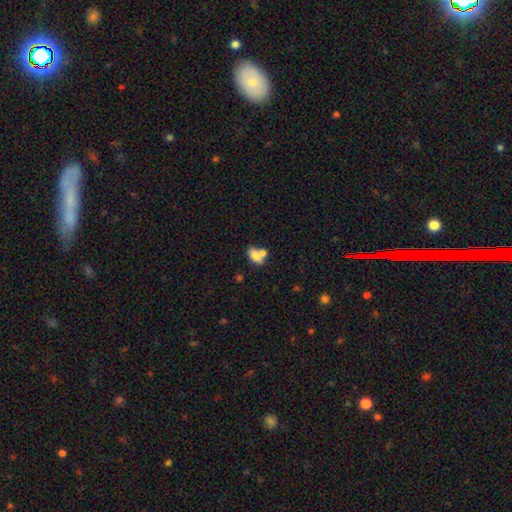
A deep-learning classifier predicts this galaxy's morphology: Smooth or featured? Predicted: smooth (p=0.75). How rounded? Predicted: in between (p=0.85). Merging? Predicted: merger (p=0.43).